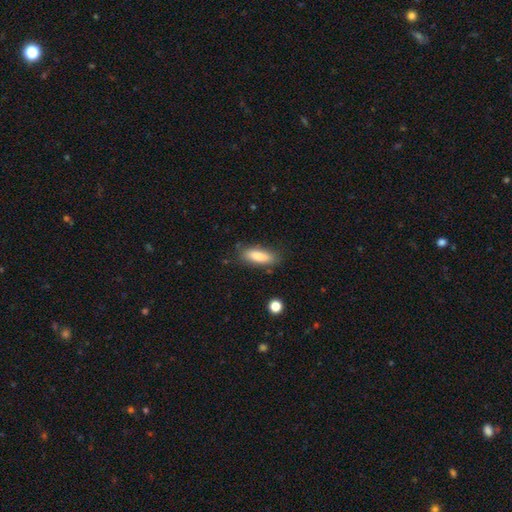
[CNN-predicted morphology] The model was most divided on "how rounded": in between: 52%, cigar-shaped: 46%, round: 2%. More confident: smooth or featured — smooth (82%); merging — none (81%).